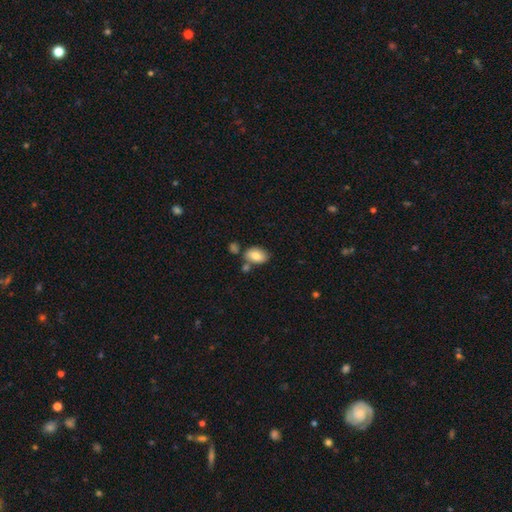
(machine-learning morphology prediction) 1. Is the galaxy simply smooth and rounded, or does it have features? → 80% smooth, 12% featured or disk, 8% star or artifact.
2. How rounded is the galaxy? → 87% in between, 12% round, 1% cigar-shaped.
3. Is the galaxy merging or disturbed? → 62% none, 17% minor disturbance, 17% merger, 4% major disturbance.